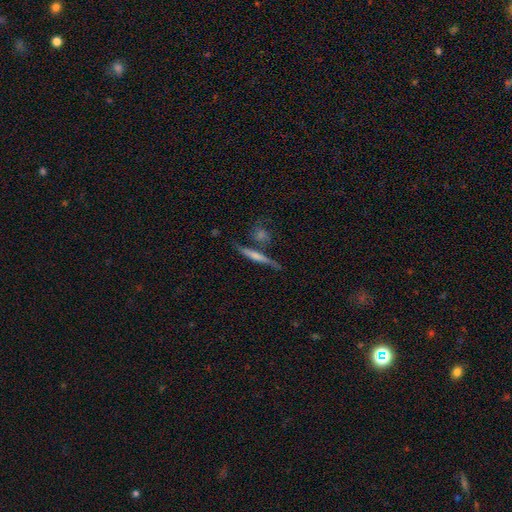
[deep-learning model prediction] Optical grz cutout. It shows a featured or disk galaxy (51%) viewed edge-on (91%). Merging: none (67%).